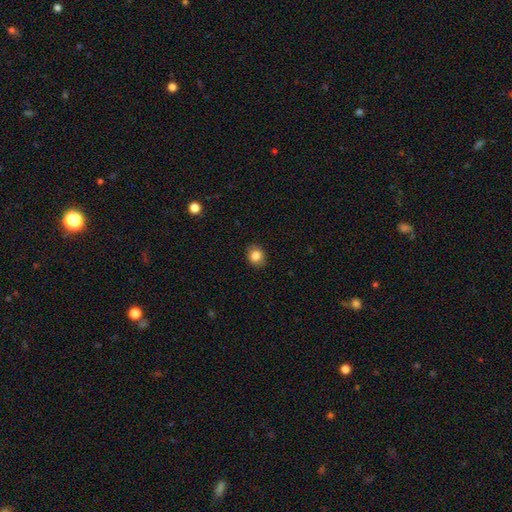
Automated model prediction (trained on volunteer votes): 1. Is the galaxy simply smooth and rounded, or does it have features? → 84% smooth, 10% star or artifact, 7% featured or disk.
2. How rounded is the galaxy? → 68% round, 31% in between, 1% cigar-shaped.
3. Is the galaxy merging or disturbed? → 88% none, 9% minor disturbance, 2% major disturbance, 1% merger.